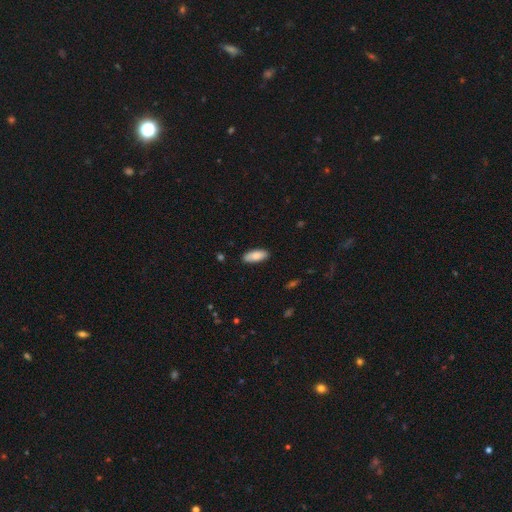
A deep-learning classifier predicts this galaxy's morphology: Q: Smooth or featured?
A: smooth (86%); runner-up: featured or disk (8%)
Q: How rounded?
A: in between (78%); runner-up: cigar-shaped (20%)
Q: Merging?
A: none (88%); runner-up: minor disturbance (9%)